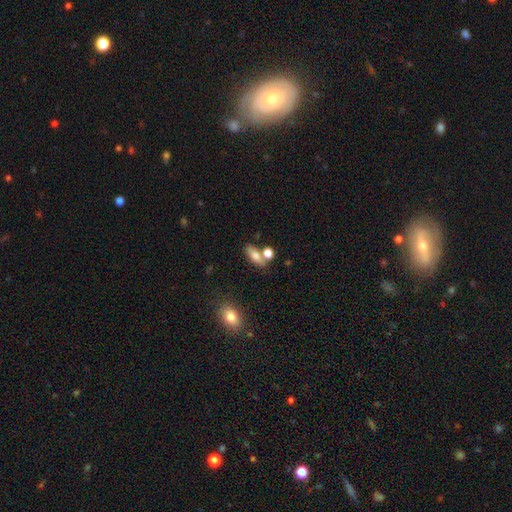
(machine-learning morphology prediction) type=smooth (72%); roundness=in between (68%); merging=none (58%).